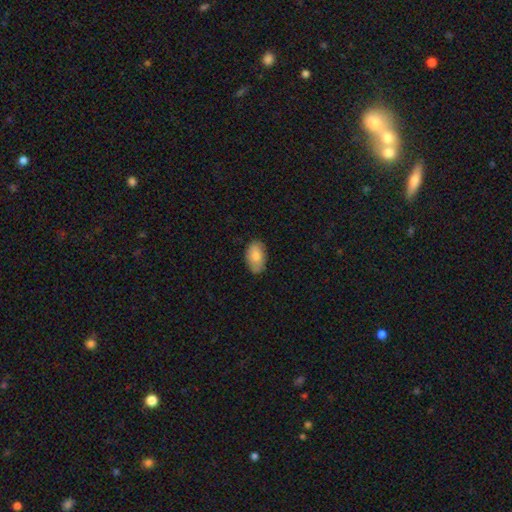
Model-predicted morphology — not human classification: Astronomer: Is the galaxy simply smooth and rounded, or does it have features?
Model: smooth — 81%.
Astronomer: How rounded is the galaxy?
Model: in between — 92%.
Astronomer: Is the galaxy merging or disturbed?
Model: none — 79%.